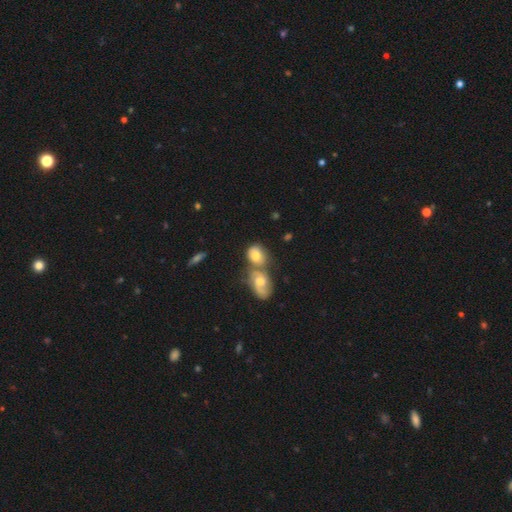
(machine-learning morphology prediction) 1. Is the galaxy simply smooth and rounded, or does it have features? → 61% smooth, 30% featured or disk, 9% star or artifact.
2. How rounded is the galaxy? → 57% in between, 41% round, 2% cigar-shaped.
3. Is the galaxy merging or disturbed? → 54% merger, 30% none, 11% minor disturbance, 5% major disturbance.